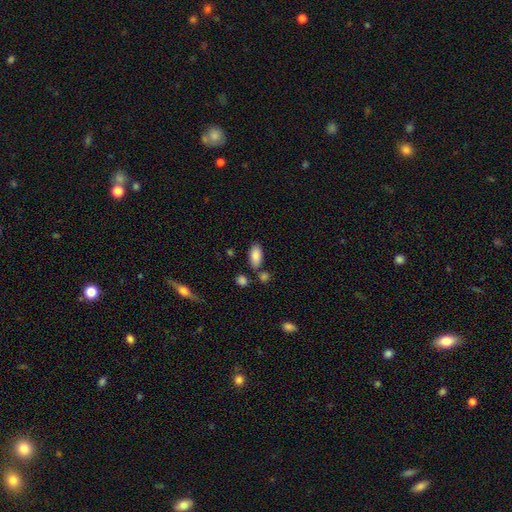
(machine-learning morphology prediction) Q: Smooth or featured?
A: smooth (86%); runner-up: star or artifact (7%)
Q: How rounded?
A: in between (92%); runner-up: cigar-shaped (5%)
Q: Merging?
A: none (74%); runner-up: minor disturbance (13%)